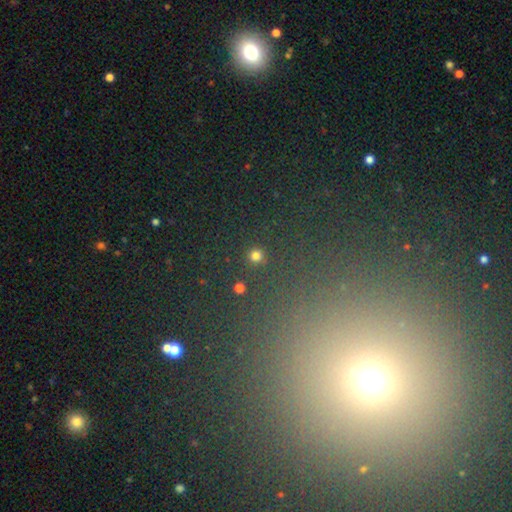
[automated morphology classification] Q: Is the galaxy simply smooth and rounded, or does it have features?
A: smooth — 76%.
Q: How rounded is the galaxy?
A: round — 95%.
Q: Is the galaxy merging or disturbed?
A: none — 89%.